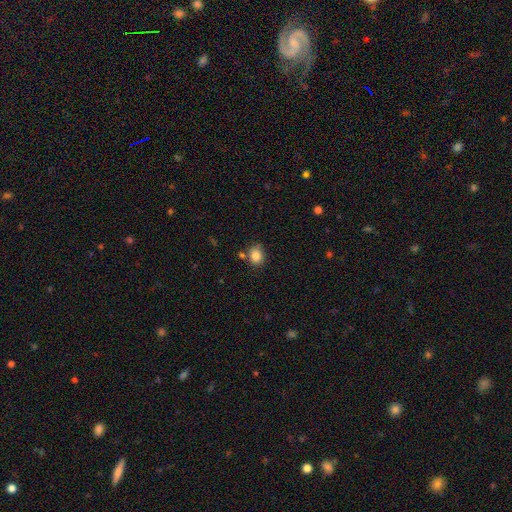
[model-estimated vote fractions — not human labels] Q: Smooth or featured?
A: smooth (84%); runner-up: star or artifact (10%)
Q: How rounded?
A: round (59%); runner-up: in between (40%)
Q: Merging?
A: none (74%); runner-up: minor disturbance (14%)